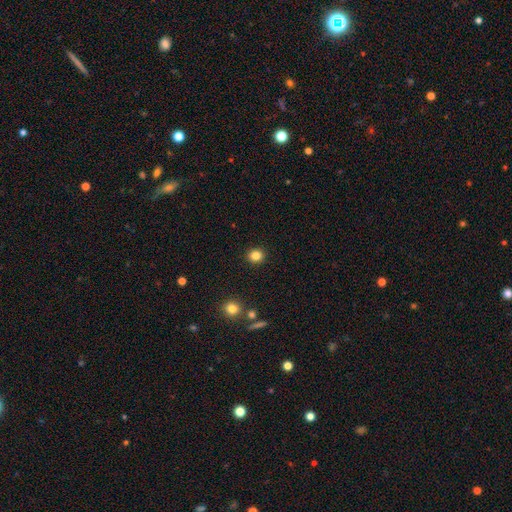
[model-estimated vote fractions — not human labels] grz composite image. It shows a smooth galaxy with no disk features (84%) that is round (84%). Merging: none (91%).